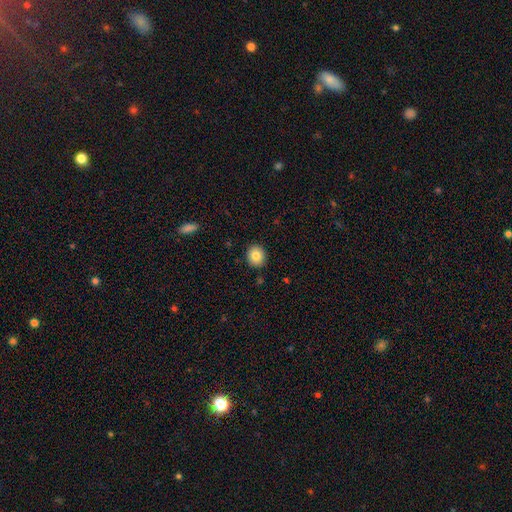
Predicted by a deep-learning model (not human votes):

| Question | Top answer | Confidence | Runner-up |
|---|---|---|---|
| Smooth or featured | smooth | 83% | star or artifact (9%) |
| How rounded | round | 81% | in between (18%) |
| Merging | none | 90% | minor disturbance (7%) |